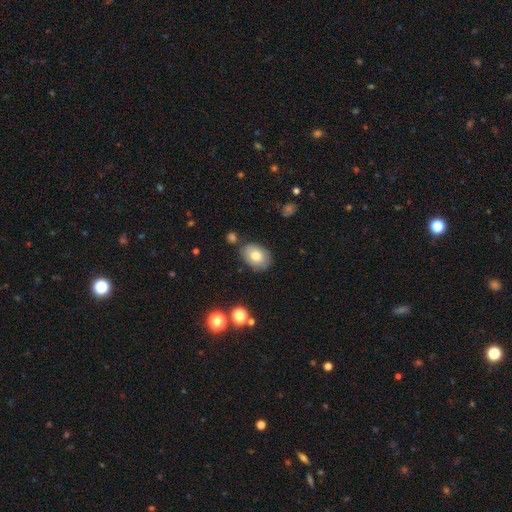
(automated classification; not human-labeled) Smooth or featured? smooth (75%)
How rounded? in between (79%)
Merging? none (78%)